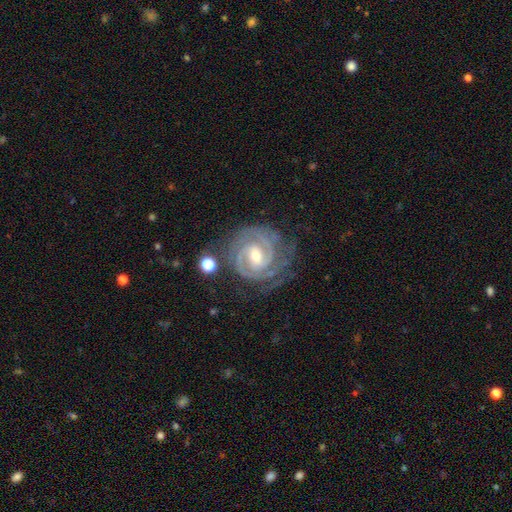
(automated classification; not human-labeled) Smooth or featured?
  - featured or disk: 92% *
  - star or artifact: 5%
  - smooth: 4%
Edge-on disk?
  - no: 98% *
  - yes: 2%
Bar?
  - weak: 48% *
  - no: 32%
  - strong: 20%
Spiral arms?
  - yes: 98% *
  - no: 2%
Spiral winding?
  - tight: 77% *
  - medium: 21%
  - loose: 2%
Spiral arm count?
  - 2: 49% *
  - 3: 25%
  - can't tell: 11%
  - 4: 7%
  - 1: 4%
  - more than 4: 4%
Bulge size?
  - small: 51% *
  - moderate: 47%
  - large: 1%
  - none: 1%
  - dominant: 1%
Merging?
  - none: 70% *
  - minor disturbance: 19%
  - major disturbance: 8%
  - merger: 3%